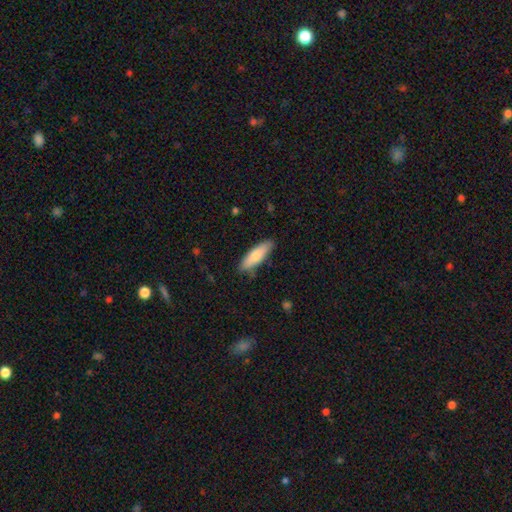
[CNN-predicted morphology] This appears to be a smooth galaxy with no disk features (77%) that is cigar-shaped (54%). Merging: none (85%).